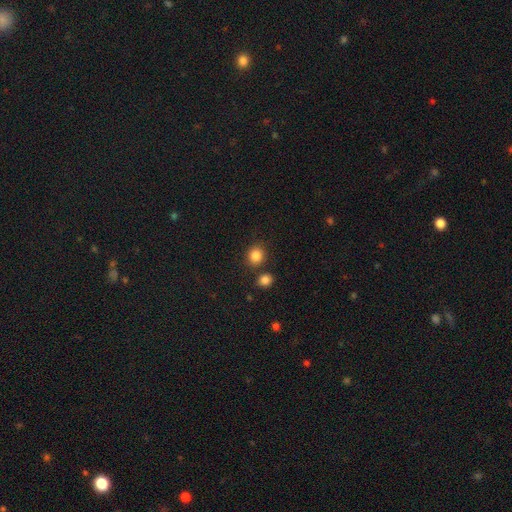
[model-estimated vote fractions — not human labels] smooth 85%, star or artifact 11%, featured or disk 4%. Down the decision tree: how rounded — round (84%); merging — none (80%).